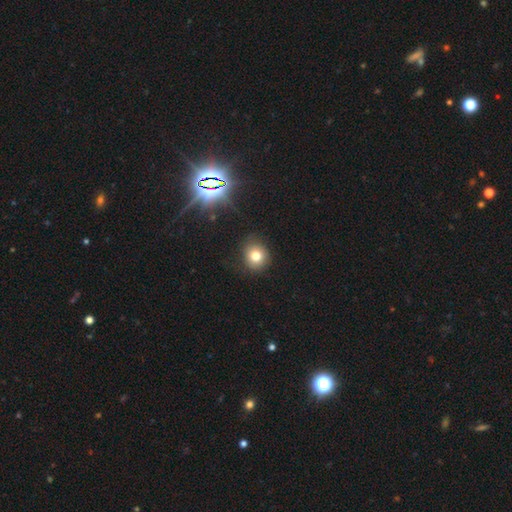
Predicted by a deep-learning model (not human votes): Morphology: type=smooth (75%); roundness=round (82%); merging=none (83%).